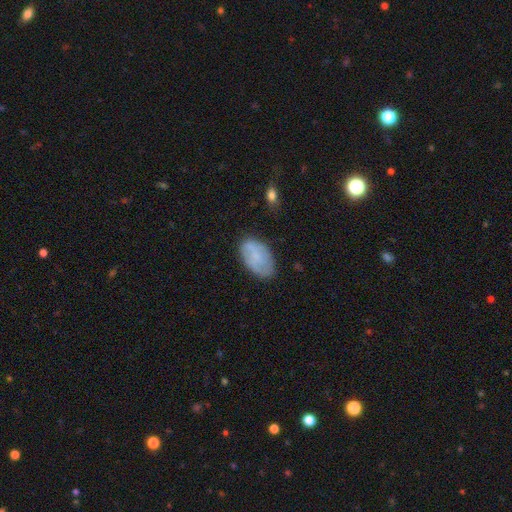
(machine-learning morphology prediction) Smooth or featured? Predicted: smooth (p=0.60). How rounded? Predicted: in between (p=0.92). Merging? Predicted: none (p=0.75).